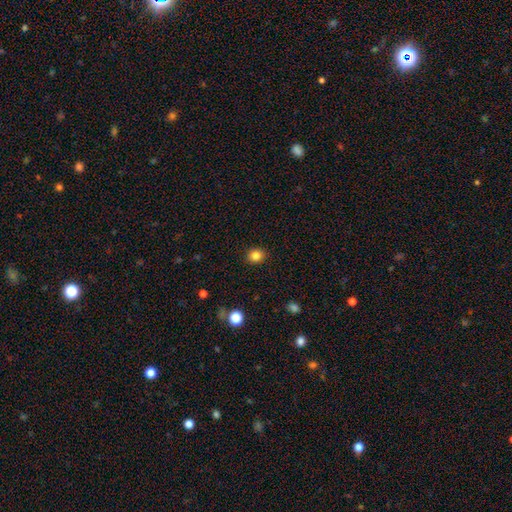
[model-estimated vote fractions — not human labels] smooth-or-featured: smooth: 83% | star or artifact: 12% | featured or disk: 5%
  how-rounded: round: 78% | in between: 21% | cigar-shaped: 1%
  merging: none: 90% | minor disturbance: 7% | major disturbance: 2% | merger: 1%